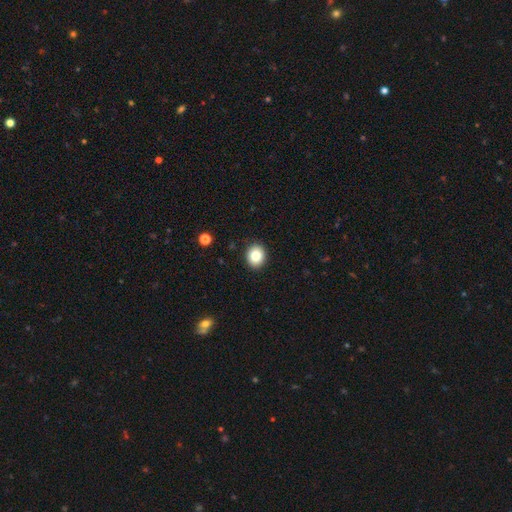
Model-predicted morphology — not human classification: Smooth or featured? Predicted: smooth (p=0.82). How rounded? Predicted: round (p=0.63). Merging? Predicted: none (p=0.91).